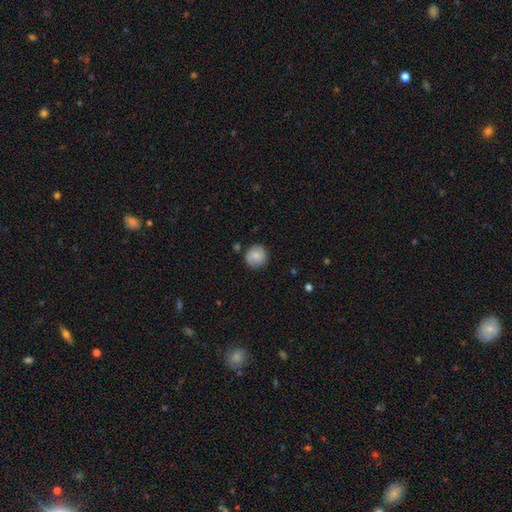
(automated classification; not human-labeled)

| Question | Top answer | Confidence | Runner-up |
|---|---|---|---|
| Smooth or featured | smooth | 69% | featured or disk (23%) |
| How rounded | round | 90% | in between (9%) |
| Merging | none | 83% | minor disturbance (12%) |